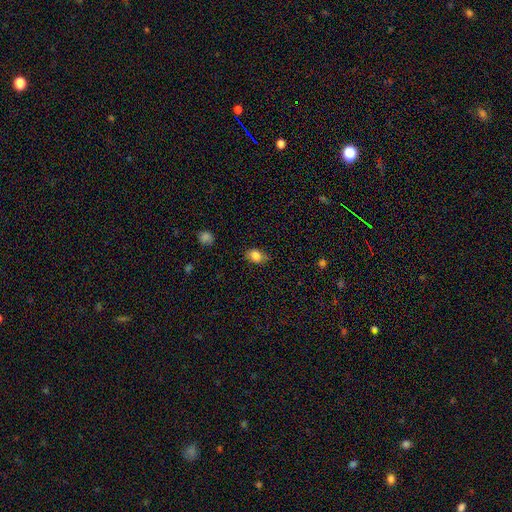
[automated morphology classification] This appears to be a smooth galaxy with no disk features (83%) that is in between round and cigar-shaped (70%). Merging: none (76%).